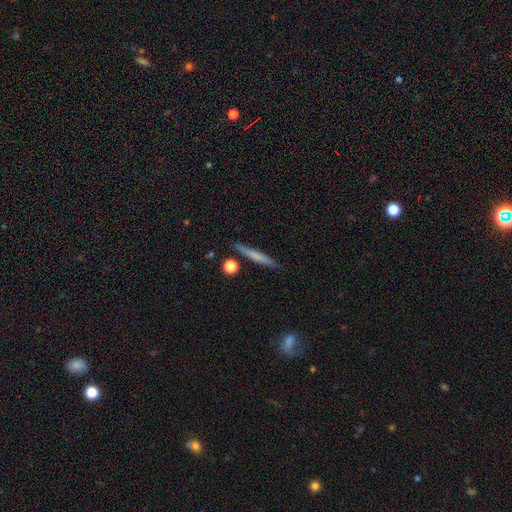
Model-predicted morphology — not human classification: This appears to be a smooth galaxy with no disk features (62%) that is cigar-shaped (94%). Merging: none (86%).